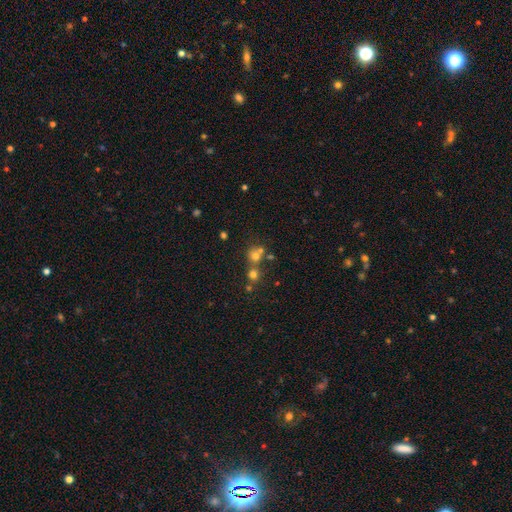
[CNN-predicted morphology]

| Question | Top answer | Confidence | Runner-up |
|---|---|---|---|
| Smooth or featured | smooth | 61% | star or artifact (26%) |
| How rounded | round | 85% | in between (14%) |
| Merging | none | 50% | merger (39%) |